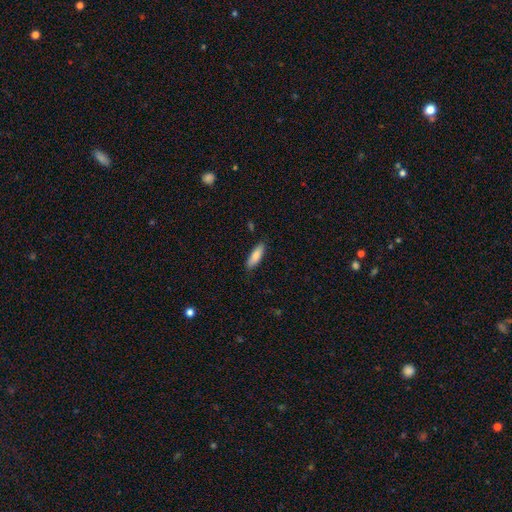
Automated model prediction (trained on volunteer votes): smooth 82%, featured or disk 13%, star or artifact 6%. Down the decision tree: how rounded — in between (52%); merging — none (85%).